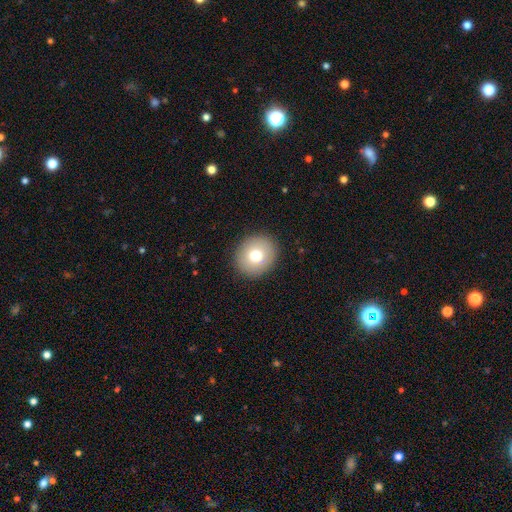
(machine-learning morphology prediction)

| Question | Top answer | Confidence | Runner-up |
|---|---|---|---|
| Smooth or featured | smooth | 74% | featured or disk (15%) |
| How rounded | round | 83% | in between (16%) |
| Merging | none | 91% | minor disturbance (6%) |